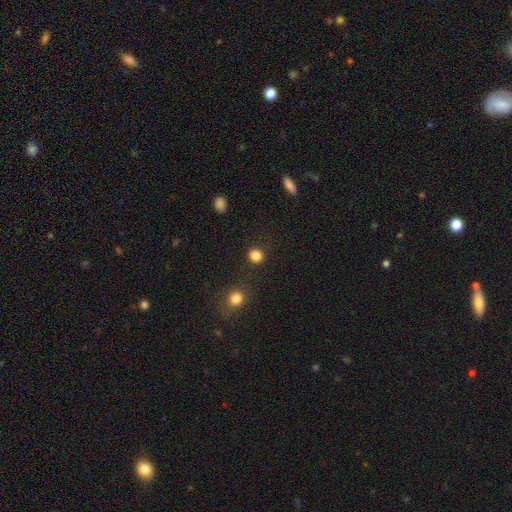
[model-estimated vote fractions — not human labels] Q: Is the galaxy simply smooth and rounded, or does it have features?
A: smooth — 84%.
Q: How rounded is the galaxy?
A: round — 82%.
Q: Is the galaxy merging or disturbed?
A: none — 87%.